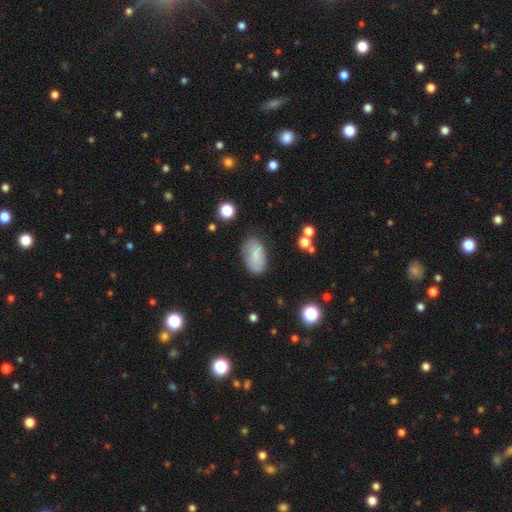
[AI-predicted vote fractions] This is likely a smooth galaxy (73%). How rounded: clearly in between (93%). Merging: likely none (69%).